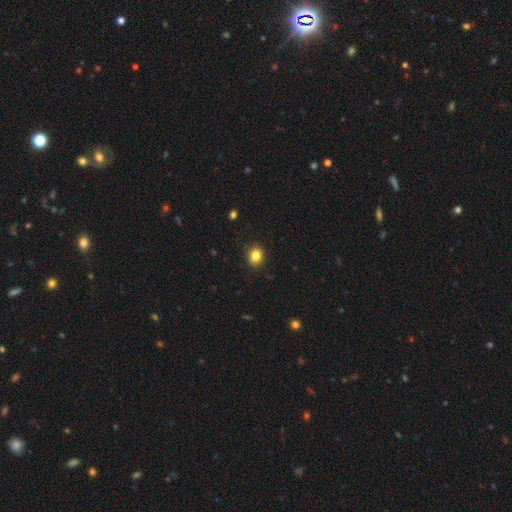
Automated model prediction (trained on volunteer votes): Morphology: type=smooth (84%); roundness=round (62%); merging=none (89%).